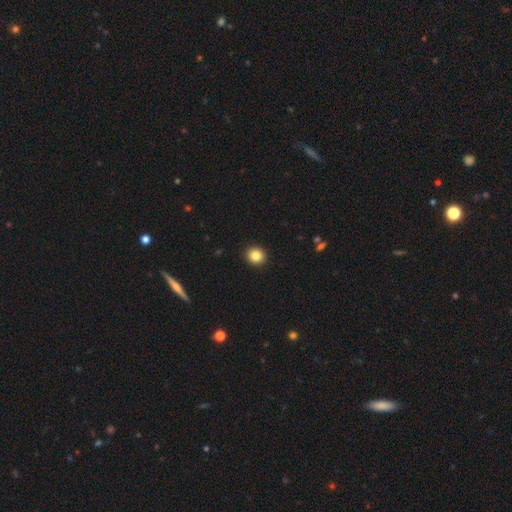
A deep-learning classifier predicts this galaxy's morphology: smooth 85%, star or artifact 10%, featured or disk 5%. Down the decision tree: how rounded — round (87%); merging — none (93%).